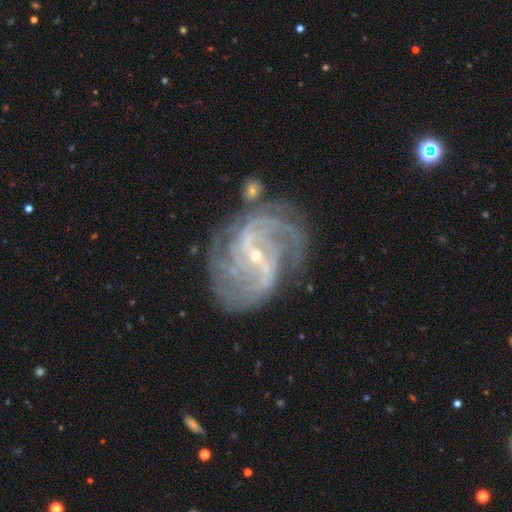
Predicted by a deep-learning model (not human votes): Q: Smooth or featured?
A: featured or disk (91%); runner-up: star or artifact (6%)
Q: Edge-on disk?
A: no (98%); runner-up: yes (2%)
Q: Bar?
A: weak (43%); runner-up: strong (37%)
Q: Spiral arms?
A: yes (98%); runner-up: no (2%)
Q: Spiral winding?
A: medium (45%); runner-up: tight (41%)
Q: Spiral arm count?
A: 2 (26%); runner-up: 3 (20%)
Q: Bulge size?
A: small (84%); runner-up: moderate (13%)
Q: Merging?
A: none (64%); runner-up: minor disturbance (19%)